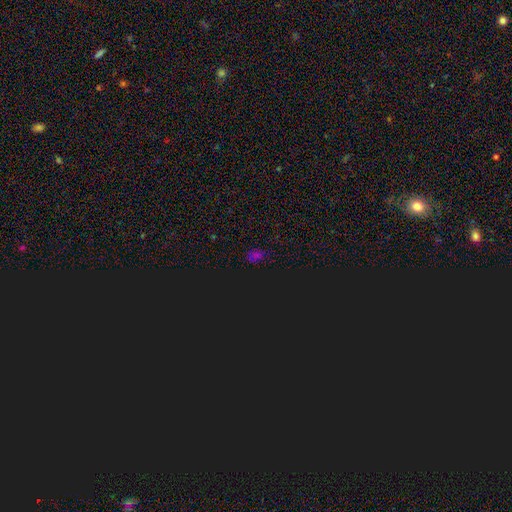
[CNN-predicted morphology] Smooth or featured? star or artifact (56%)